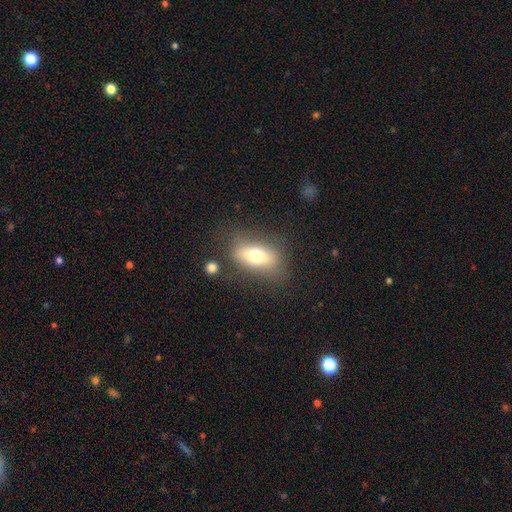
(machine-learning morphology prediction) smooth 66%, featured or disk 26%, star or artifact 8%. Down the decision tree: how rounded — in between (78%); merging — none (73%).